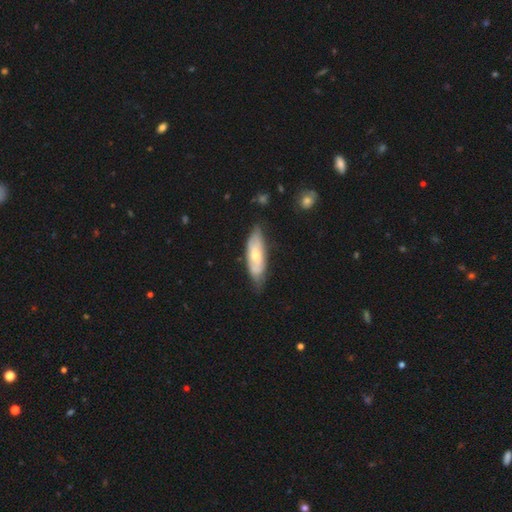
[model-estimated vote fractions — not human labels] Smooth or featured? Predicted: featured or disk (p=0.53). Edge-on disk? Predicted: no (p=0.76). Merging? Predicted: none (p=0.63).